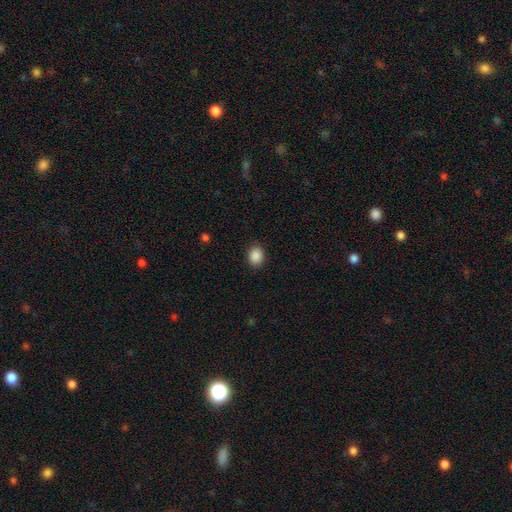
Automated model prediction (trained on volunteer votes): Smooth or featured?
  - smooth: 89% *
  - star or artifact: 9%
  - featured or disk: 3%
How rounded?
  - in between: 51% *
  - round: 48%
  - cigar-shaped: 1%
Merging?
  - none: 89% *
  - minor disturbance: 8%
  - major disturbance: 2%
  - merger: 1%